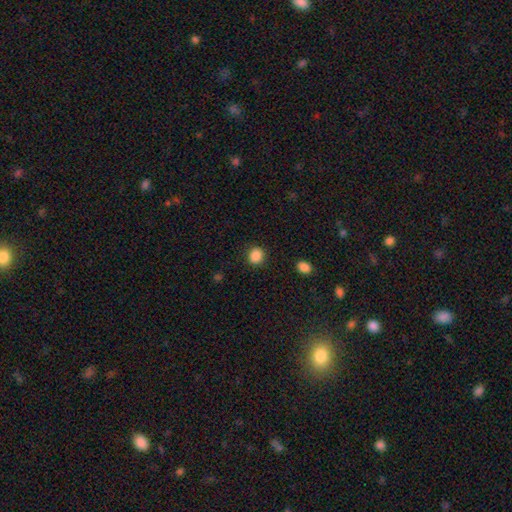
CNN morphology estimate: Smooth or featured: smooth — 87% (star or artifact — 10%)
How rounded: round — 80% (in between — 19%)
Merging: none — 90% (minor disturbance — 6%)